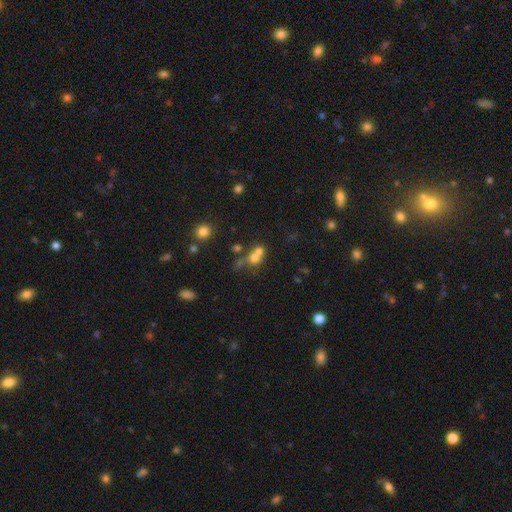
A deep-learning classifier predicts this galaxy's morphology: This is likely a smooth galaxy (63%). How rounded: likely round (78%). Merging: possibly merger (59%).